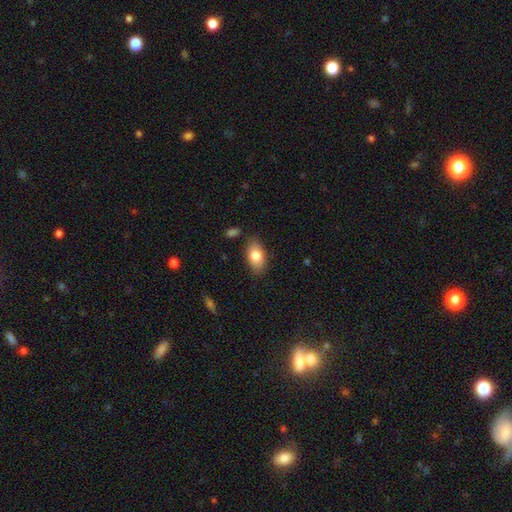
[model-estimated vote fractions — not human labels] Overall: smooth (82%). How rounded: in between (91%). Merging: none (82%).